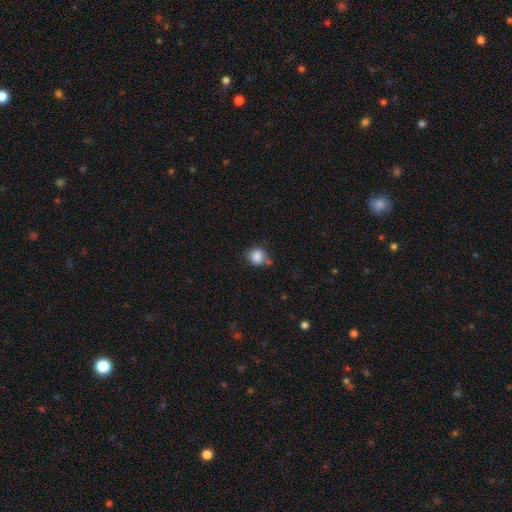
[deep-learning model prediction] Smooth or featured?
  - smooth: 85% *
  - star or artifact: 10%
  - featured or disk: 5%
How rounded?
  - round: 79% *
  - in between: 20%
  - cigar-shaped: 1%
Merging?
  - none: 64% *
  - minor disturbance: 22%
  - merger: 9%
  - major disturbance: 5%